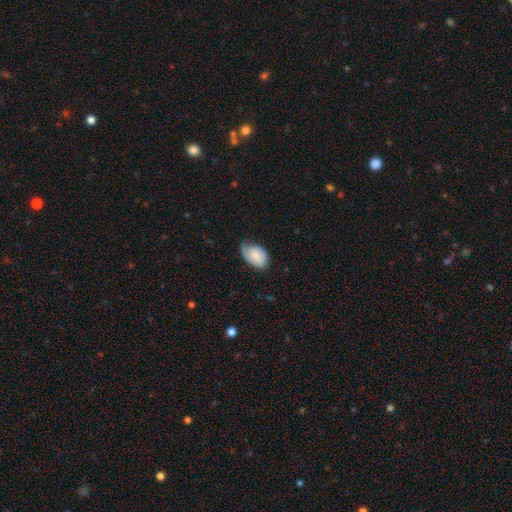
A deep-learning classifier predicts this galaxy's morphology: smooth 69%, featured or disk 24%, star or artifact 7%. Down the decision tree: how rounded — in between (90%); merging — none (49%).